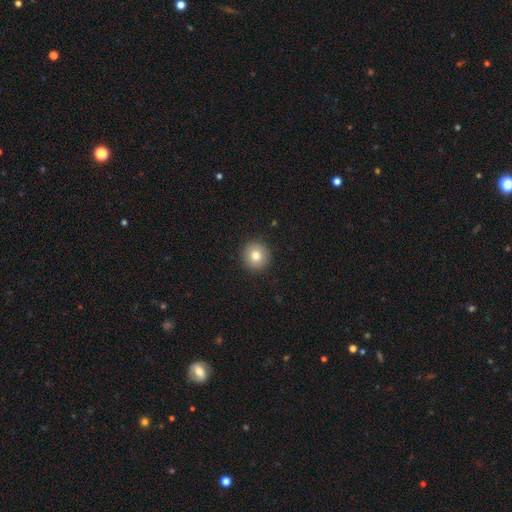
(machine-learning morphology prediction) type=smooth (80%); roundness=round (95%); merging=none (92%).